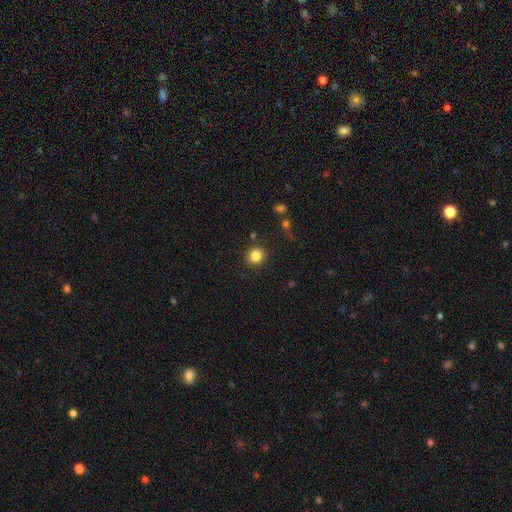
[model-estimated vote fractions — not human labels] A smooth galaxy with no disk features (84%) that is round (90%). Merging: none (89%).